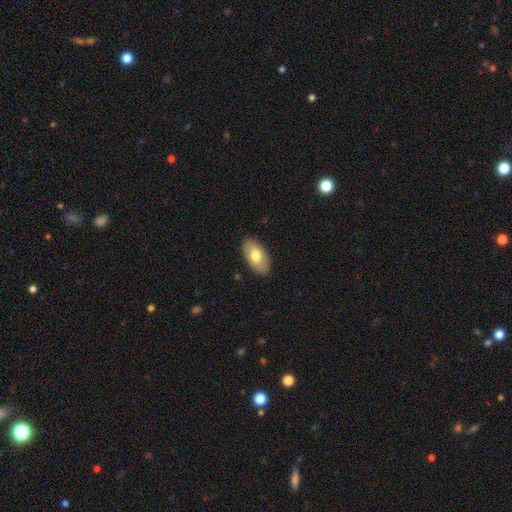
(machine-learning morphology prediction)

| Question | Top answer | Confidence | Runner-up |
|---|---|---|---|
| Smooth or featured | smooth | 72% | featured or disk (22%) |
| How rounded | in between | 95% | round (4%) |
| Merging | none | 87% | minor disturbance (10%) |